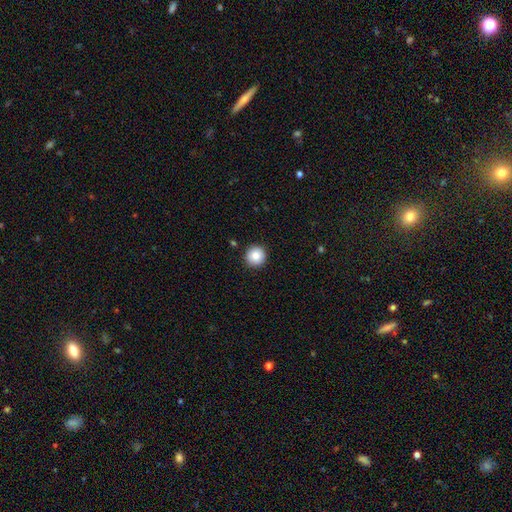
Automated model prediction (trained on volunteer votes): Overall: smooth (84%). How rounded: round (95%). Merging: none (92%).